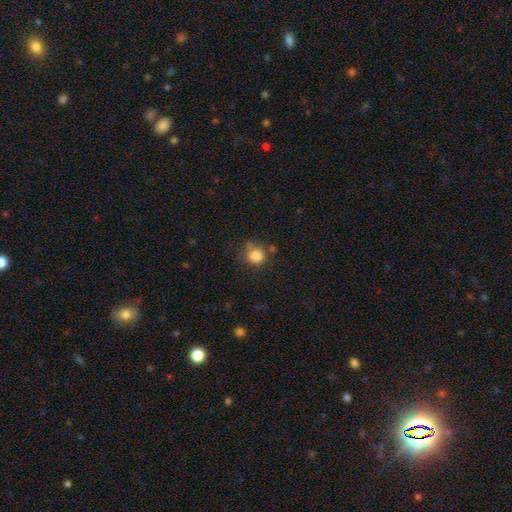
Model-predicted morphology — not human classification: smooth 84%, star or artifact 11%, featured or disk 6%. Down the decision tree: how rounded — round (83%); merging — none (64%).